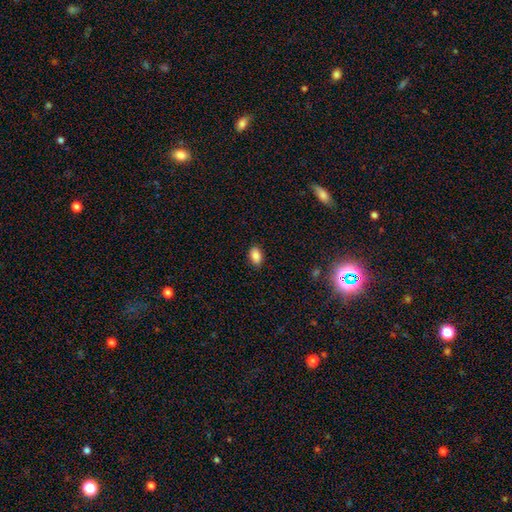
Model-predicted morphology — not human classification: This is clearly a smooth galaxy (86%). How rounded: clearly in between (89%). Merging: clearly none (88%).